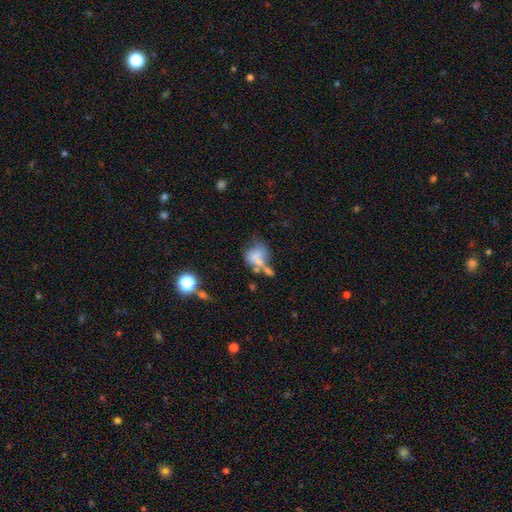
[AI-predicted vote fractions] Morphology: type=smooth (59%); roundness=in between (57%); merging=merger (34%).